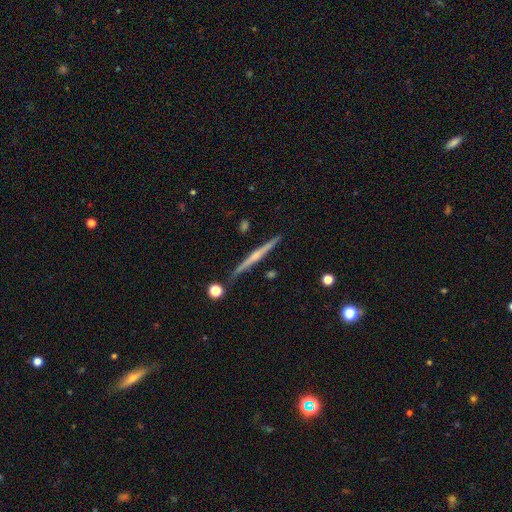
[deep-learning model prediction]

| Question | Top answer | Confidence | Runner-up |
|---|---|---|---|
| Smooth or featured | featured or disk | 74% | smooth (20%) |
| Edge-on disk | yes | 98% | no (2%) |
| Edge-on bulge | rounded | 61% | none (29%) |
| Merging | none | 86% | minor disturbance (9%) |